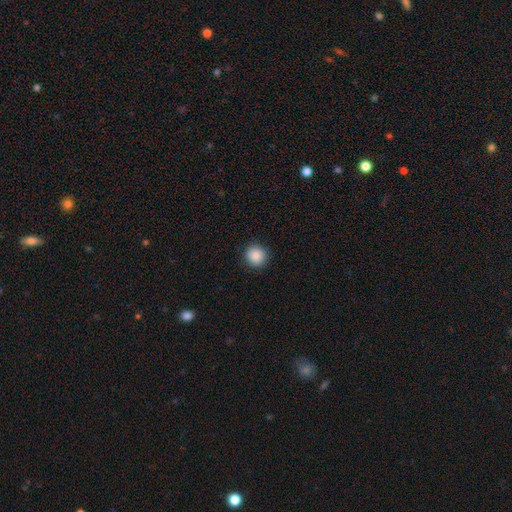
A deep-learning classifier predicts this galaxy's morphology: Smooth or featured? smooth (88%)
How rounded? round (92%)
Merging? none (91%)